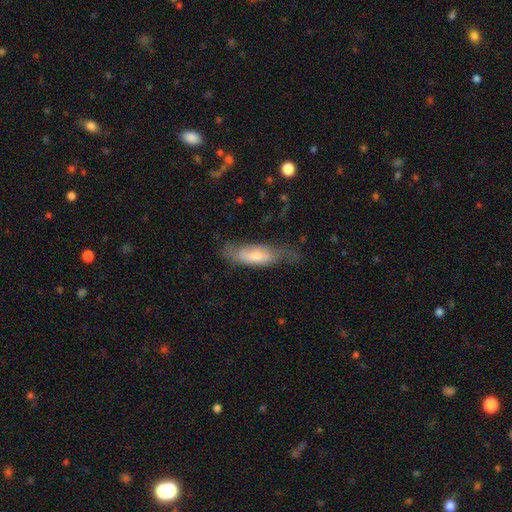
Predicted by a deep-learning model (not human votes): This is possibly a smooth galaxy (54%). How rounded: possibly cigar-shaped (49%, tied with in between). Merging: possibly none (55%).